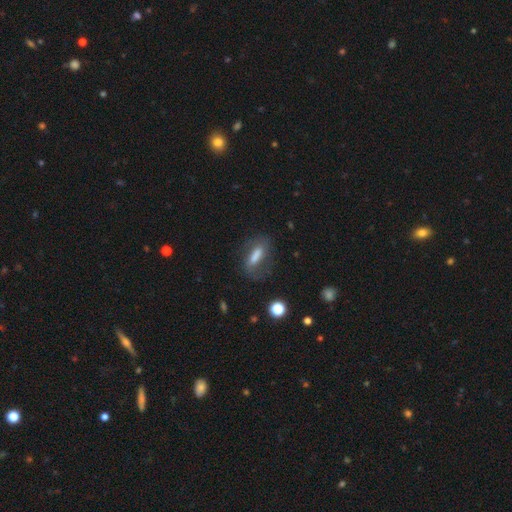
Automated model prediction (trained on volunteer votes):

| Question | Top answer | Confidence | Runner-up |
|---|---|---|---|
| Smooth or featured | smooth | 56% | featured or disk (33%) |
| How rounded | in between | 49% | cigar-shaped (46%) |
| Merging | none | 61% | minor disturbance (20%) |